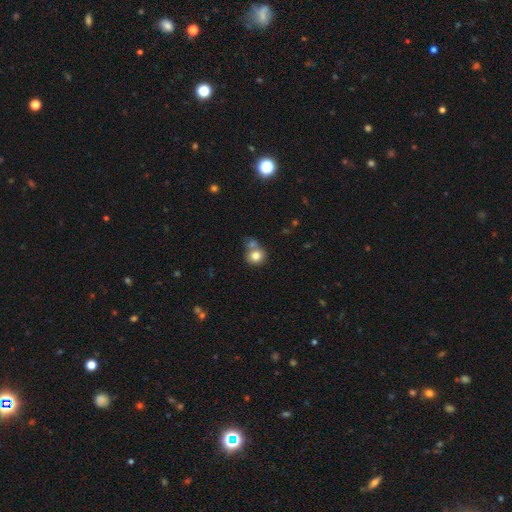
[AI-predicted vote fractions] Smooth or featured? Predicted: smooth (p=0.80). How rounded? Predicted: round (p=0.82). Merging? Predicted: none (p=0.48).